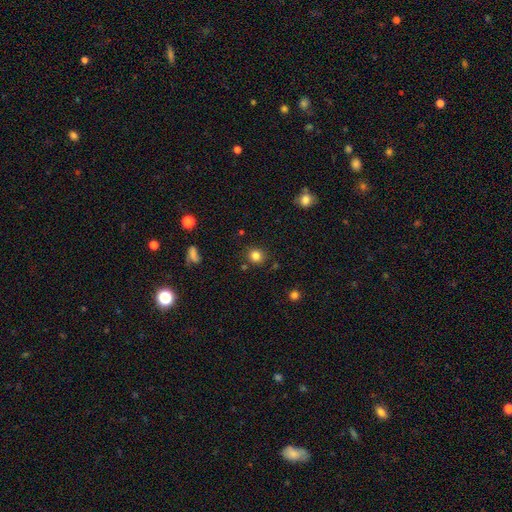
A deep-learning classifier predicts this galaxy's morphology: smooth-or-featured: smooth: 82% | star or artifact: 12% | featured or disk: 5%
  how-rounded: round: 86% | in between: 13% | cigar-shaped: 1%
  merging: none: 85% | minor disturbance: 9% | merger: 3% | major disturbance: 3%